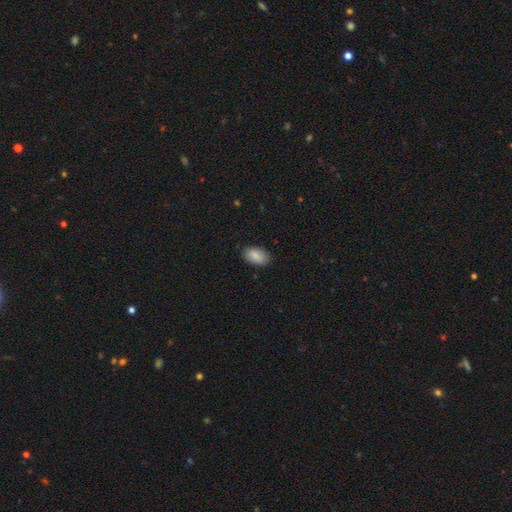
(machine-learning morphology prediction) Q: Smooth or featured?
A: smooth (87%); runner-up: star or artifact (7%)
Q: How rounded?
A: in between (92%); runner-up: round (6%)
Q: Merging?
A: none (86%); runner-up: minor disturbance (11%)